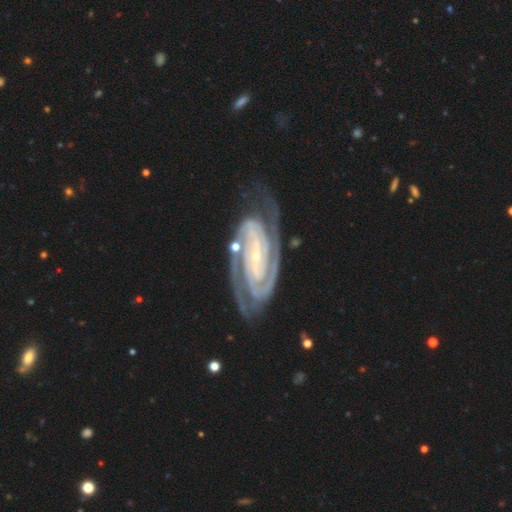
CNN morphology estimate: Overall: featured or disk (92%). Edge-on disk: no (96%). Bar: no (39%; strong 34%). Spiral arms: yes (99%). Spiral arm count: 2 (74%). Spiral winding: tight (76%). Bulge size: small (85%). Merging: none (71%).